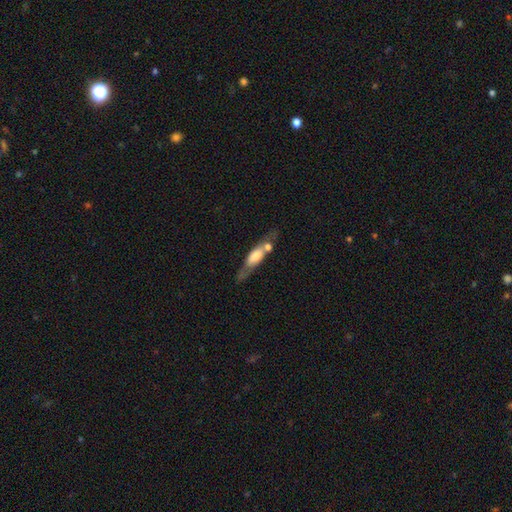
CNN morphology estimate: Overall: featured or disk (47%; smooth 46%). Merging: none (50%; merger 22%).